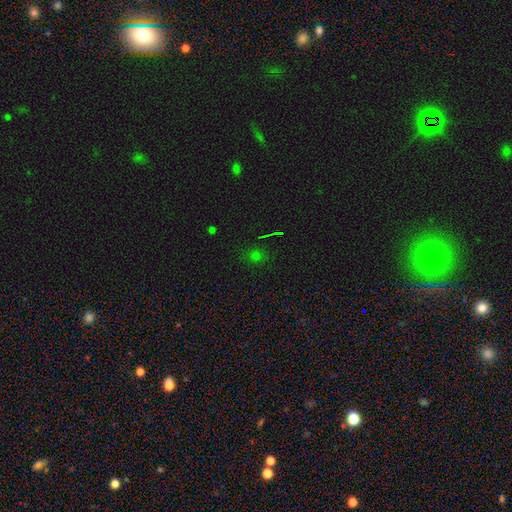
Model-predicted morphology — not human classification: Smooth or featured? Predicted: smooth (p=0.52). How rounded? Predicted: round (p=0.78). Merging? Predicted: none (p=0.82).